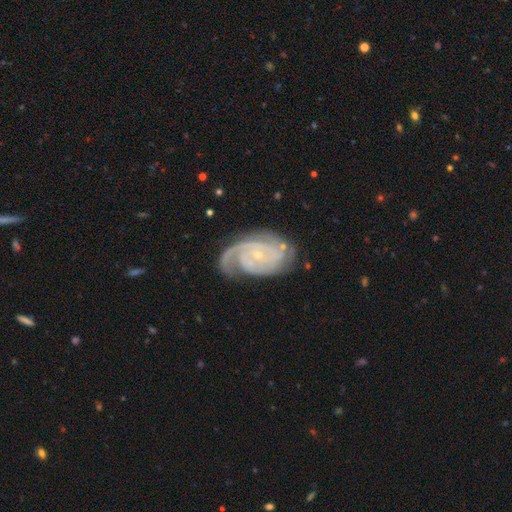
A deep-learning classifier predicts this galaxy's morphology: Smooth or featured? Predicted: featured or disk (p=0.88). Edge-on disk? Predicted: no (p=0.97). Bar? Predicted: no (p=0.68). Spiral arms? Predicted: yes (p=0.98). Spiral winding? Predicted: tight (p=0.69). Spiral arm count? Predicted: 3 (p=0.31). Bulge size? Predicted: small (p=0.81). Merging? Predicted: none (p=0.71).